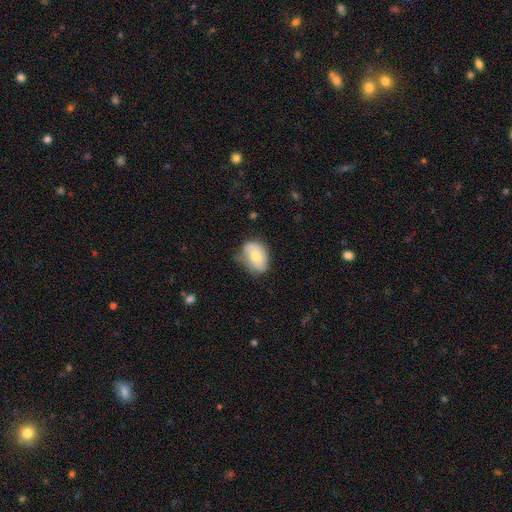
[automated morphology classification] Smooth or featured: smooth — 68% (featured or disk — 25%)
How rounded: in between — 76% (round — 23%)
Merging: none — 50% (minor disturbance — 37%)